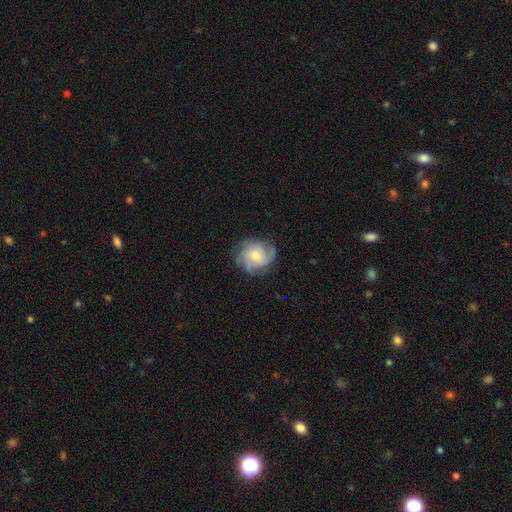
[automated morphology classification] smooth_or_featured: featured or disk (p=0.72) [alt: smooth p=0.20]
disk_edge_on: no (p=0.97) [alt: yes p=0.03]
bar: no (p=0.74) [alt: weak p=0.23]
has_spiral_arms: yes (p=0.94) [alt: no p=0.06]
spiral_winding: tight (p=0.47) [alt: medium p=0.38]
spiral_arm_count: 3 (p=0.27) [tied with: can't tell p=0.27]
bulge_size: moderate (p=0.60) [alt: small p=0.26]
merging: none (p=0.74) [alt: minor disturbance p=0.17]